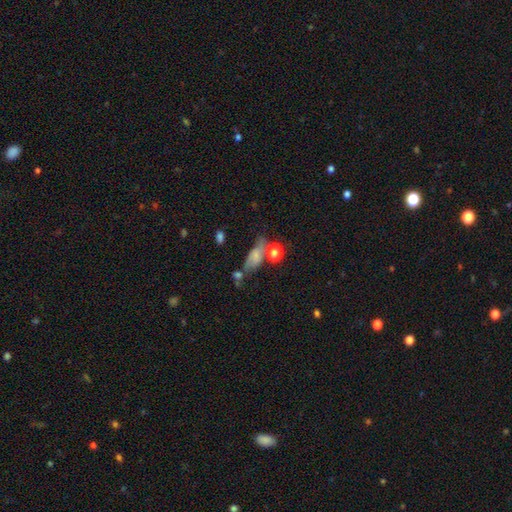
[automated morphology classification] Smooth or featured?
  - smooth: 60% *
  - featured or disk: 27%
  - star or artifact: 13%
How rounded?
  - in between: 73% *
  - cigar-shaped: 14%
  - round: 13%
Merging?
  - none: 41% *
  - minor disturbance: 25%
  - merger: 19%
  - major disturbance: 15%